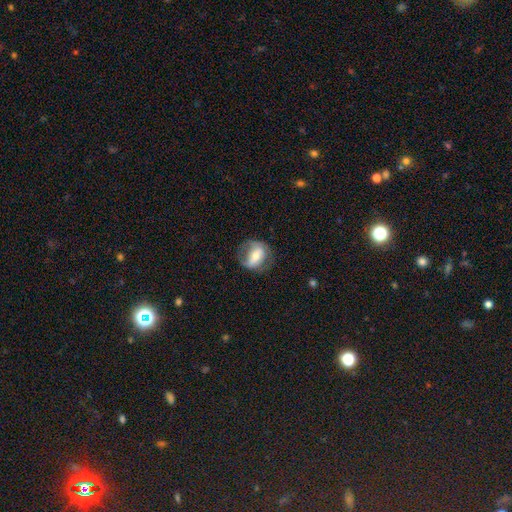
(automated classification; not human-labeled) Overall: featured or disk (52%; smooth 41%). Edge-on disk: no (93%). Merging: none (57%; minor disturbance 23%).